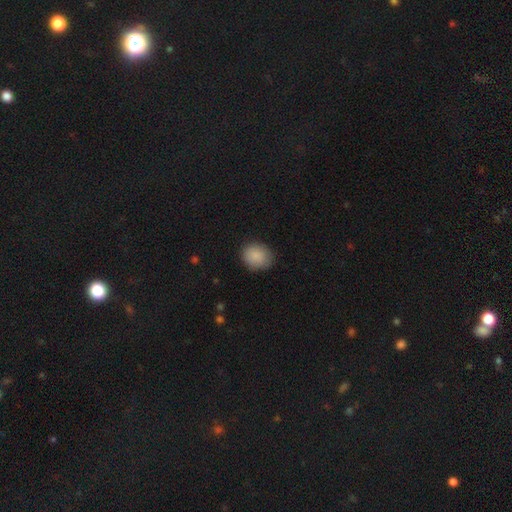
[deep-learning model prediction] Smooth or featured? smooth (88%)
How rounded? round (61%)
Merging? none (84%)